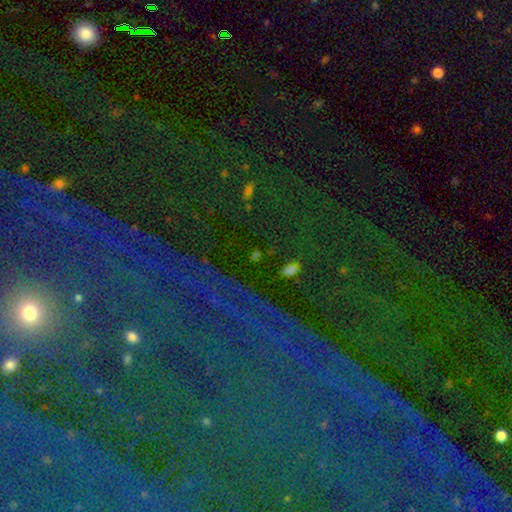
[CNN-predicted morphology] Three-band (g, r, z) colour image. It shows a star or artifact, not a galaxy (67%).